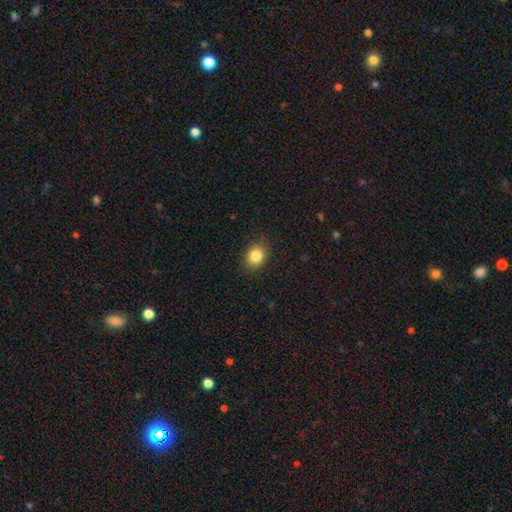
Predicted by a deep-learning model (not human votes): Smooth or featured?
  - smooth: 85% *
  - star or artifact: 10%
  - featured or disk: 6%
How rounded?
  - round: 51% *
  - in between: 48%
  - cigar-shaped: 1%
Merging?
  - none: 86% *
  - minor disturbance: 11%
  - major disturbance: 3%
  - merger: 1%